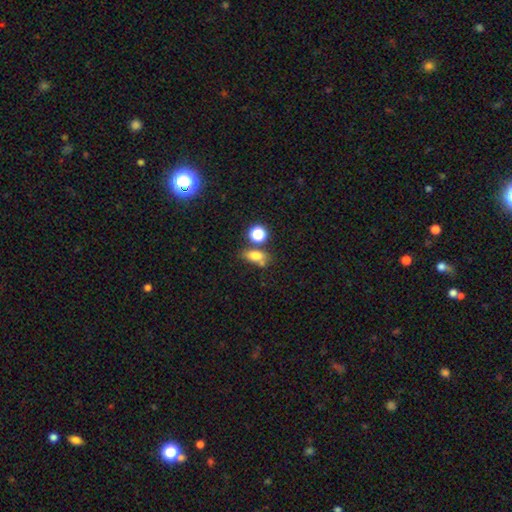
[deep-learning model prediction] Smooth or featured: smooth — 75% (star or artifact — 14%)
How rounded: in between — 72% (round — 23%)
Merging: none — 56% (merger — 23%)